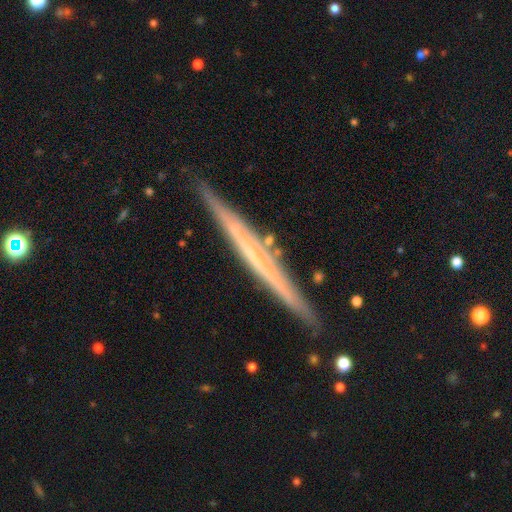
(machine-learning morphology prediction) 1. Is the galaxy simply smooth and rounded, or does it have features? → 67% featured or disk, 26% smooth, 8% star or artifact.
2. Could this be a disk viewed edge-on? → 97% yes, 3% no.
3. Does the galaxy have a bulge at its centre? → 85% none, 10% rounded, 6% boxy.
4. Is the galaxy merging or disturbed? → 87% none, 9% minor disturbance, 2% merger, 2% major disturbance.